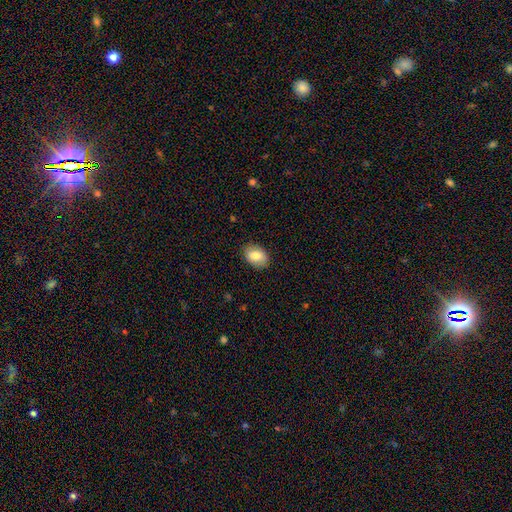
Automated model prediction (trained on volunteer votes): This appears to be a smooth galaxy with no disk features (81%) that is in between round and cigar-shaped (77%). Merging: none (86%).